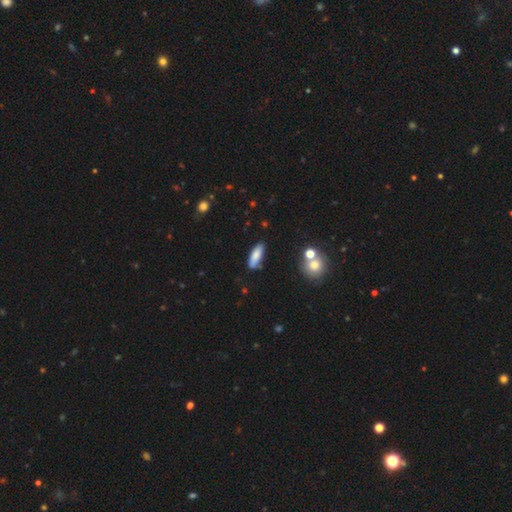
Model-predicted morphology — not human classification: smooth-or-featured: smooth: 79% | featured or disk: 14% | star or artifact: 7%
  how-rounded: in between: 56% | cigar-shaped: 42% | round: 2%
  merging: none: 76% | minor disturbance: 17% | merger: 4% | major disturbance: 3%